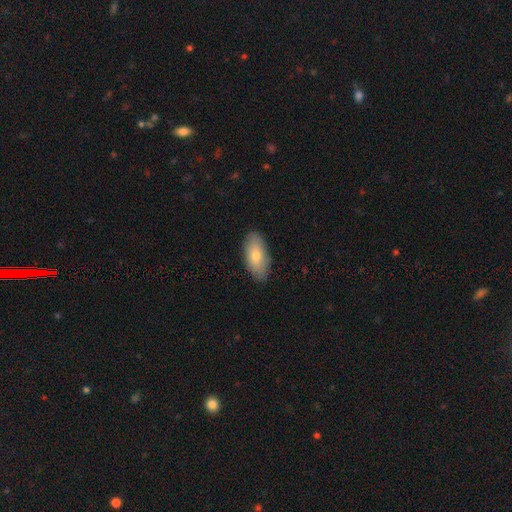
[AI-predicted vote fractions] This appears to be a smooth galaxy with no disk features (72%) that is in between round and cigar-shaped (90%). Merging: none (86%).